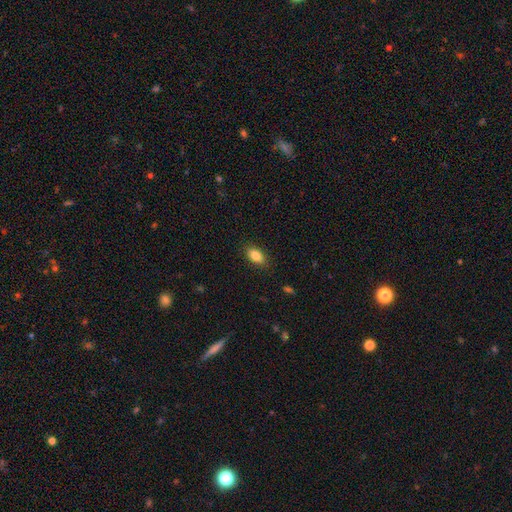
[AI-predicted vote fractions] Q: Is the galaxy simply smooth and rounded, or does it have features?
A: smooth — 86%.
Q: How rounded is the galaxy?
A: in between — 89%.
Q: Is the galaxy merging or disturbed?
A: none — 87%.